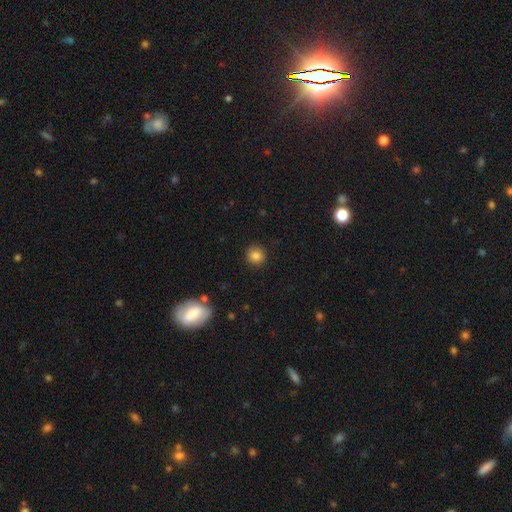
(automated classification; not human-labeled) smooth_or_featured: smooth (p=0.83) [alt: star or artifact p=0.11]
how_rounded: round (p=0.91) [alt: in between p=0.08]
merging: none (p=0.90) [alt: minor disturbance p=0.07]